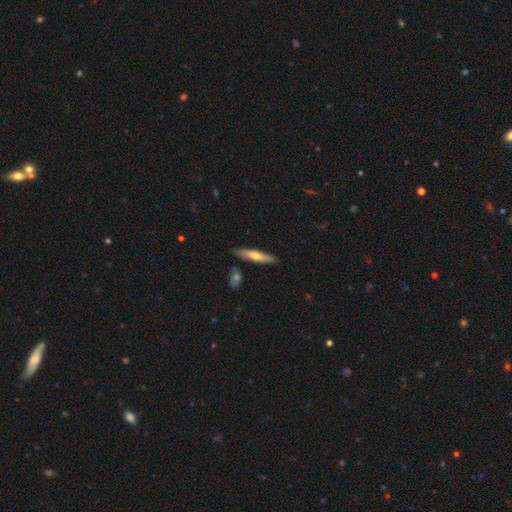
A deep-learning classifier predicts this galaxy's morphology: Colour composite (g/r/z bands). It shows a smooth galaxy with no disk features (51%) that is cigar-shaped (84%). Merging: none (83%).